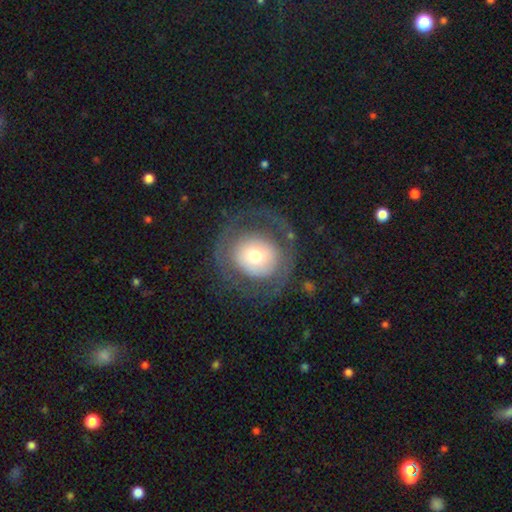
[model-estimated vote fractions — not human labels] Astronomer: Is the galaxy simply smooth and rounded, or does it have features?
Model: featured or disk — 48% (runner-up: smooth, 45%).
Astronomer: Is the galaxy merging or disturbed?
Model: none — 68%.